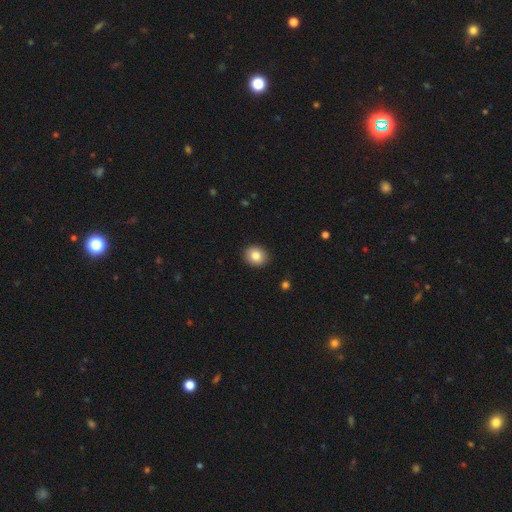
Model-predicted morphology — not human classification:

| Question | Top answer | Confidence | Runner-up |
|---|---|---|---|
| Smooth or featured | smooth | 84% | star or artifact (9%) |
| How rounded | round | 70% | in between (30%) |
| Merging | none | 91% | minor disturbance (6%) |